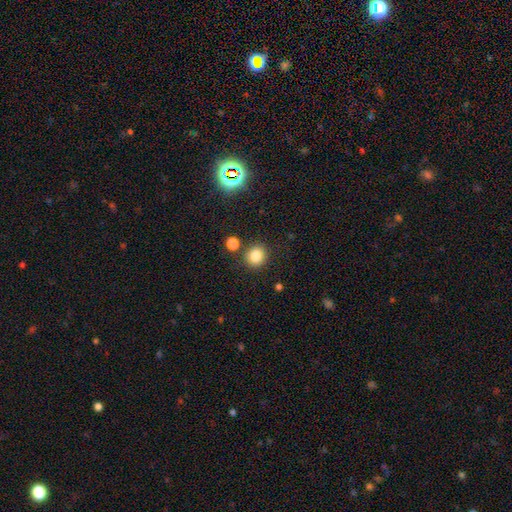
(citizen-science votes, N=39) smooth 87%, star or artifact 8%, featured or disk 5%. Down the decision tree: how rounded — round (76%); merging — none (81%).